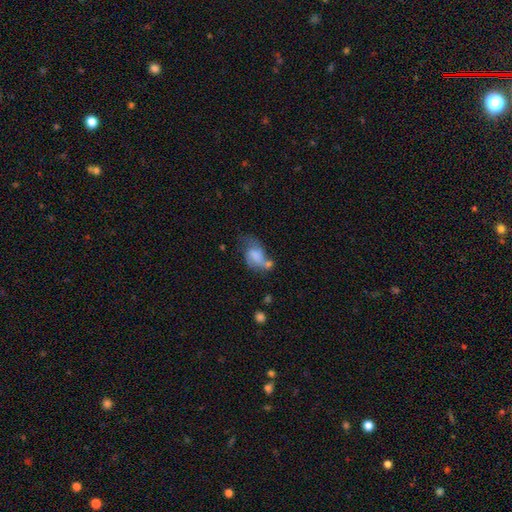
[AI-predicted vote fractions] Smooth or featured? smooth (55%)
How rounded? in between (85%)
Merging? major disturbance (29%)